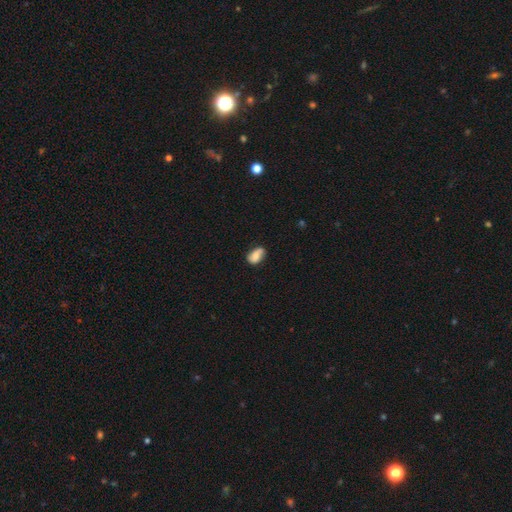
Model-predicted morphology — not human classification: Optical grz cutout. It shows a smooth galaxy with no disk features (62%) that is in between round and cigar-shaped (86%). Merging: none (66%).